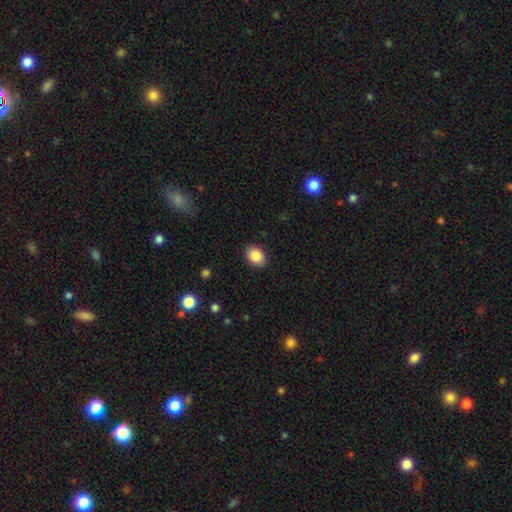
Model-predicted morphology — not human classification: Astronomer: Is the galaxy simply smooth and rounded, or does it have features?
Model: smooth — 88%.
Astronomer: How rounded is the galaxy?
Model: in between — 66%.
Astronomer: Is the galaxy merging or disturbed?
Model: none — 89%.